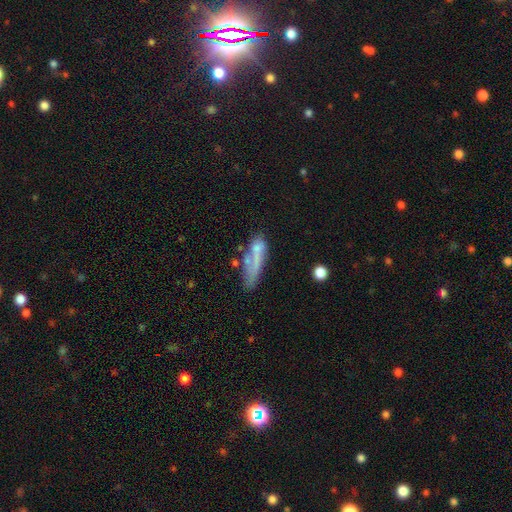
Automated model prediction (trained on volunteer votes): Q: Smooth or featured?
A: smooth (54%); runner-up: featured or disk (35%)
Q: How rounded?
A: cigar-shaped (63%); runner-up: in between (34%)
Q: Merging?
A: none (39%); runner-up: minor disturbance (24%)